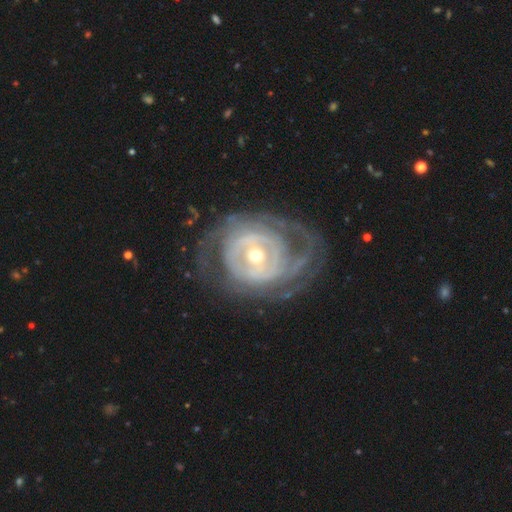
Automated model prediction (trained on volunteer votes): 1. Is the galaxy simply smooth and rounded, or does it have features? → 86% featured or disk, 9% smooth, 6% star or artifact.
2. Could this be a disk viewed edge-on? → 96% no, 4% yes.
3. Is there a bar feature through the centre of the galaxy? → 49% no, 32% weak, 18% strong.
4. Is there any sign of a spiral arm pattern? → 86% yes, 14% no.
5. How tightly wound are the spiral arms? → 69% tight, 23% medium, 8% loose.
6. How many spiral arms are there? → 44% can't tell, 21% 2, 13% 3, 9% 4, 7% more than 4, 6% 1.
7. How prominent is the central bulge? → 51% small, 44% moderate, 3% large, 1% dominant, 1% none.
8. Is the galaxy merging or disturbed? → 65% none, 17% minor disturbance, 16% major disturbance, 2% merger.